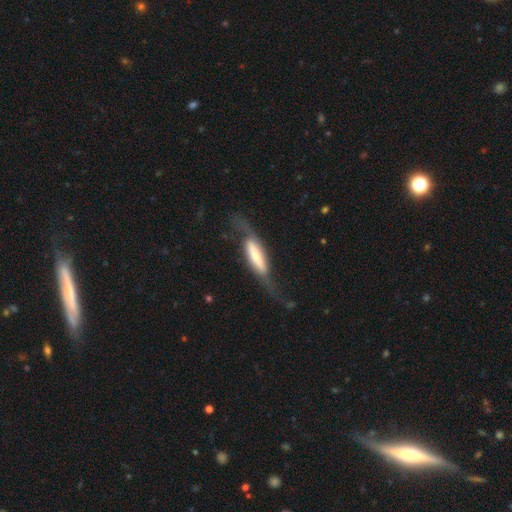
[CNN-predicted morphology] featured or disk 62%, smooth 33%, star or artifact 5%. Down the decision tree: edge-on disk — no (52%); merging — none (47%).